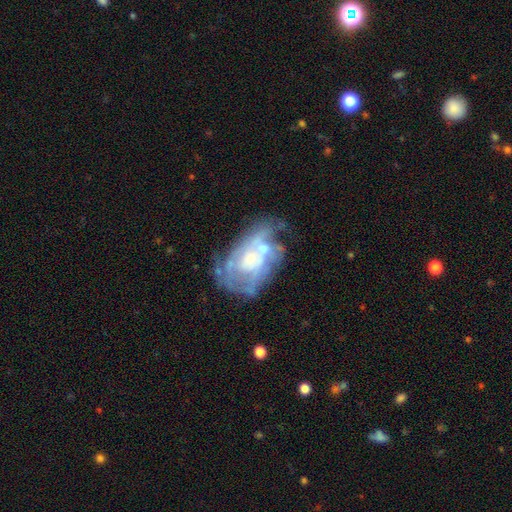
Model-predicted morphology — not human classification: Overall: featured or disk (74%). Edge-on disk: no (97%). Bar: no (79%). Spiral arms: yes (61%; no 39%). Bulge size: small (51%; moderate 37%). Merging: none (42%; minor disturbance 23%).